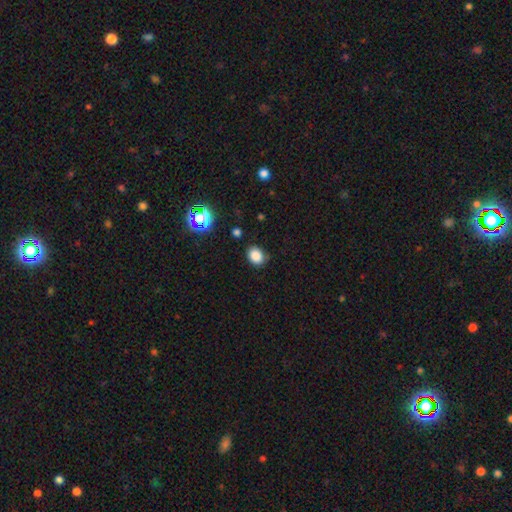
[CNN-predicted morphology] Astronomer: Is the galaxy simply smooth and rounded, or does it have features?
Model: smooth — 82%.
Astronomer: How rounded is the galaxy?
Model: in between — 53% (runner-up: round, 46%).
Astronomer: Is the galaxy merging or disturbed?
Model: none — 79%.